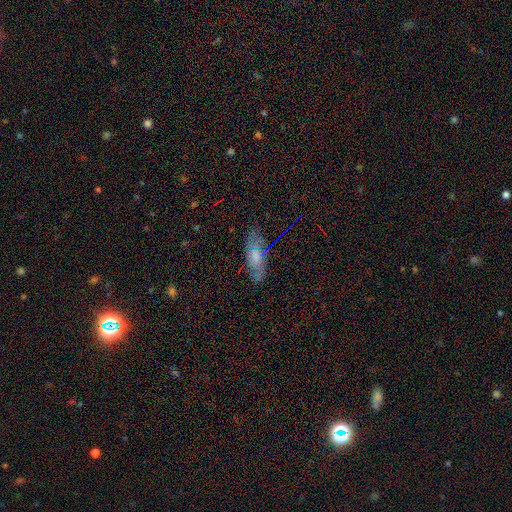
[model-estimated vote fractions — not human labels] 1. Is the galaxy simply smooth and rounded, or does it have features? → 59% smooth, 26% featured or disk, 15% star or artifact.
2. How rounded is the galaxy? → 68% in between, 29% cigar-shaped, 3% round.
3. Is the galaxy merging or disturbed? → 75% none, 18% minor disturbance, 5% major disturbance, 2% merger.